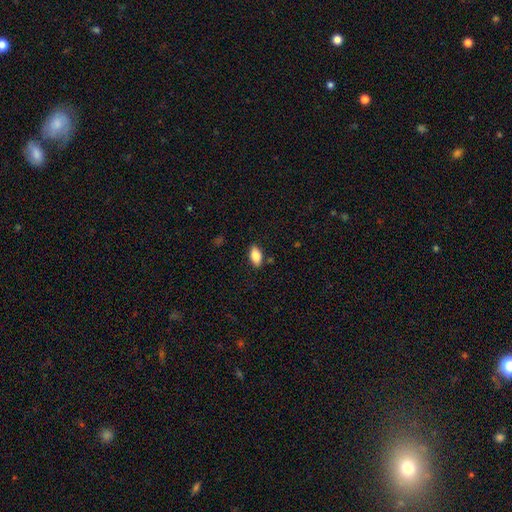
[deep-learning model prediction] This appears to be a smooth galaxy with no disk features (85%) that is in between round and cigar-shaped (92%). Merging: none (85%).